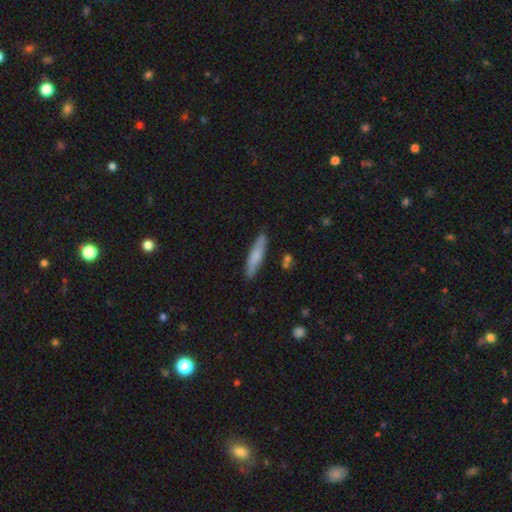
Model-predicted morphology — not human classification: Smooth or featured?
  - smooth: 70% *
  - featured or disk: 24%
  - star or artifact: 6%
How rounded?
  - cigar-shaped: 84% *
  - in between: 14%
  - round: 2%
Merging?
  - none: 85% *
  - minor disturbance: 11%
  - merger: 2%
  - major disturbance: 2%